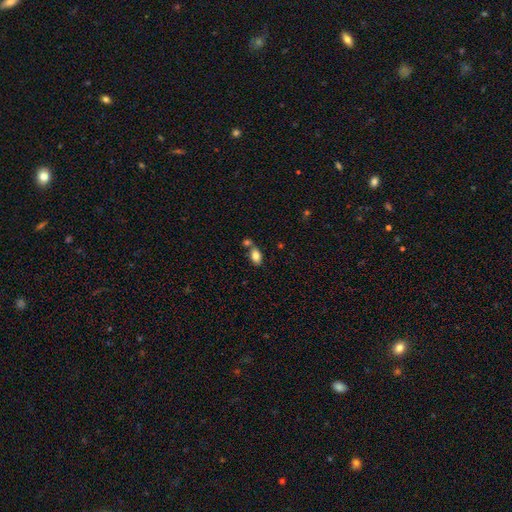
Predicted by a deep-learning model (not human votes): Smooth or featured: smooth — 82% (featured or disk — 10%)
How rounded: in between — 89% (round — 9%)
Merging: none — 55% (merger — 29%)